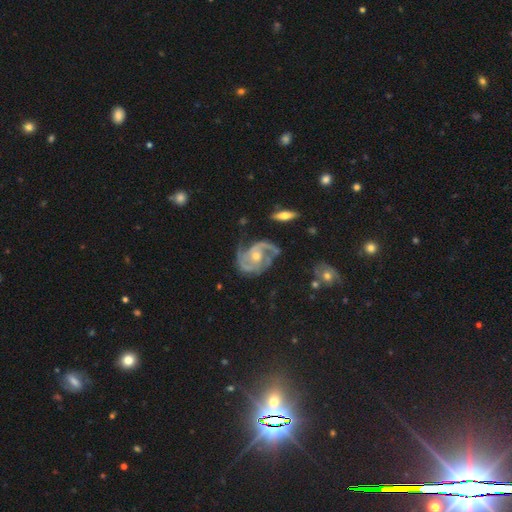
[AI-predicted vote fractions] This appears to be a featured or disk galaxy (87%) with no bar (65%), 2 (65%) medium (48%) spiral arms (97%) and a moderate central bulge (60%). Merging: none (62%).